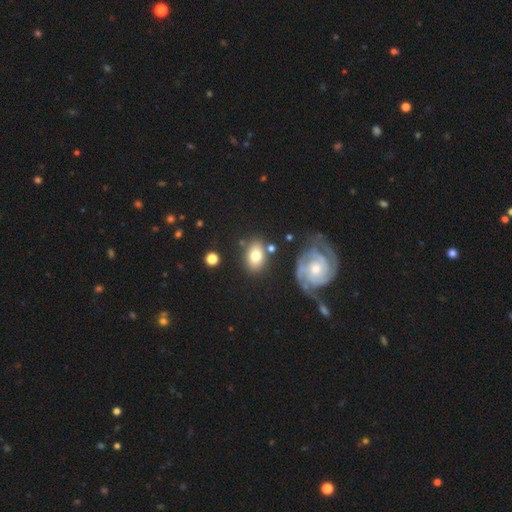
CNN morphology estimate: Smooth or featured?
  - smooth: 71% *
  - featured or disk: 21%
  - star or artifact: 8%
How rounded?
  - in between: 78% *
  - round: 21%
  - cigar-shaped: 2%
Merging?
  - none: 72% *
  - minor disturbance: 14%
  - merger: 9%
  - major disturbance: 5%